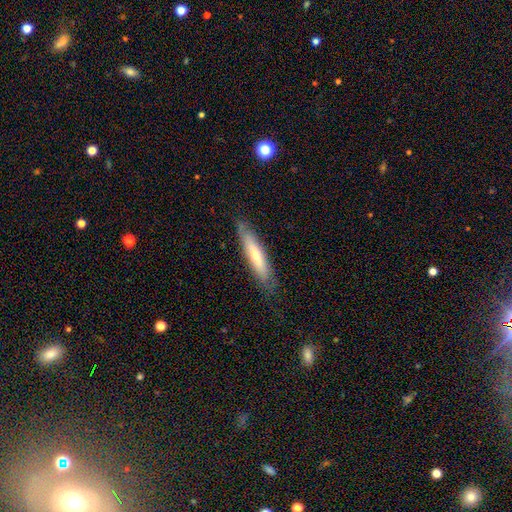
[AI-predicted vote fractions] This is likely a smooth galaxy (63%). How rounded: clearly cigar-shaped (84%). Merging: clearly none (81%).